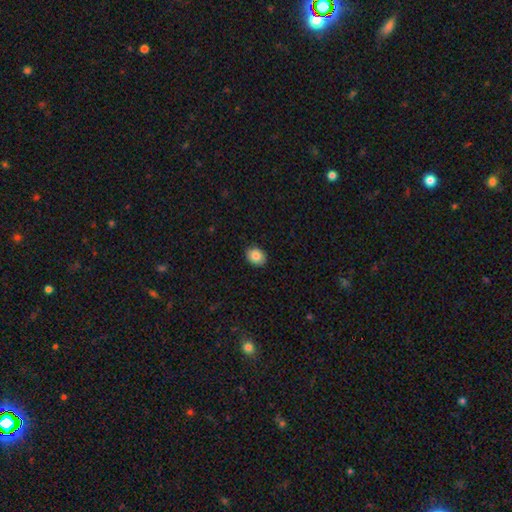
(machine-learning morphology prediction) smooth-or-featured: smooth: 87% | star or artifact: 8% | featured or disk: 5%
  how-rounded: in between: 56% | round: 43% | cigar-shaped: 1%
  merging: none: 89% | minor disturbance: 8% | major disturbance: 2% | merger: 1%